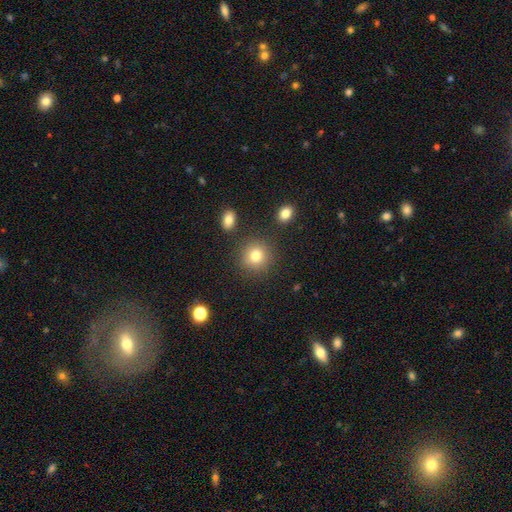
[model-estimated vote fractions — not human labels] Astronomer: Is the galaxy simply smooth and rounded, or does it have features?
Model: smooth — 79%.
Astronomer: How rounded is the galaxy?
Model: round — 90%.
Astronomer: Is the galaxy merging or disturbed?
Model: none — 85%.